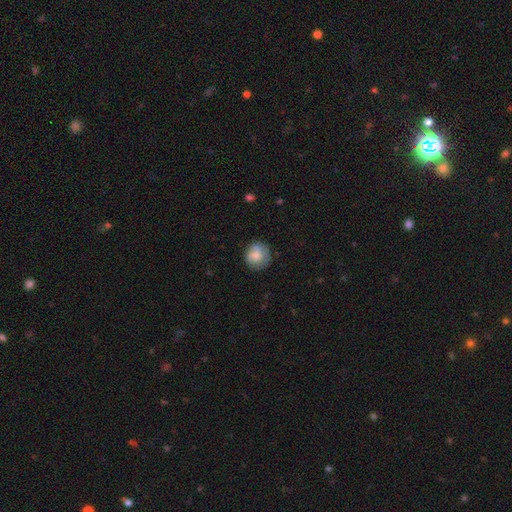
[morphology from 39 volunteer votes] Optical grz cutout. It shows a smooth galaxy with no disk features (77%) that is round (93%). Merging: none (76%).